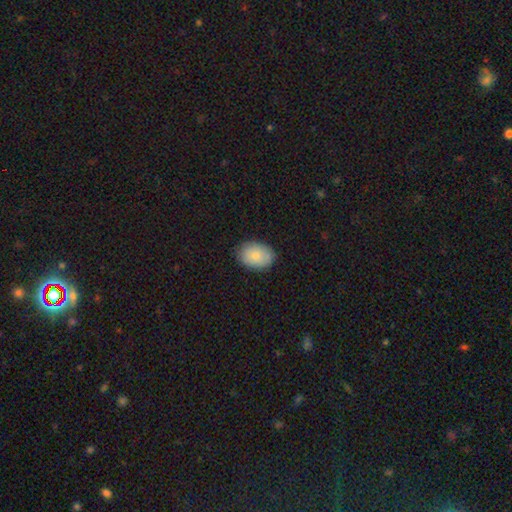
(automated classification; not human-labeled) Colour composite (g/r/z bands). It shows a smooth galaxy with no disk features (82%) that is in between round and cigar-shaped (75%). Merging: none (85%).